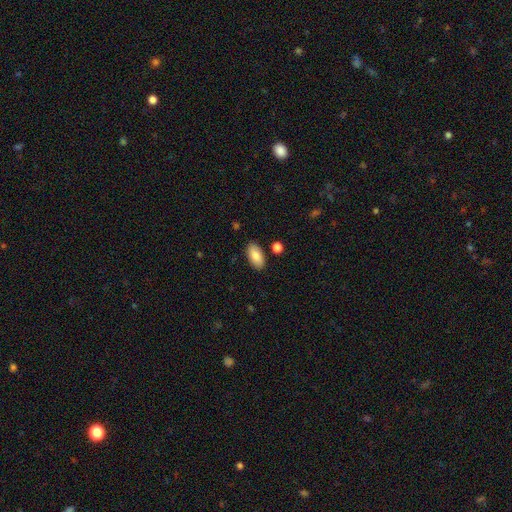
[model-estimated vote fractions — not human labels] Smooth or featured: smooth — 85% (featured or disk — 8%)
How rounded: in between — 94% (cigar-shaped — 4%)
Merging: none — 86% (minor disturbance — 9%)